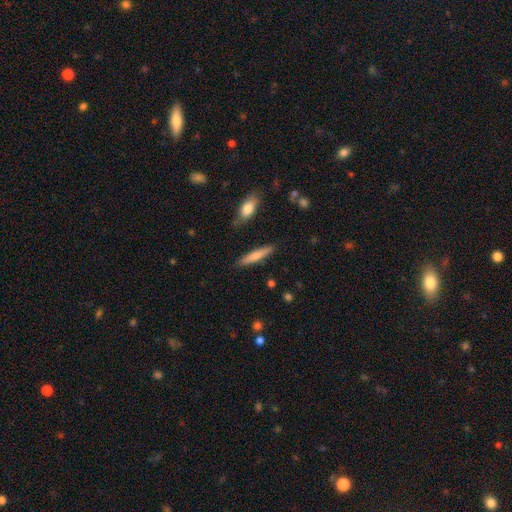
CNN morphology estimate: Overall: smooth (70%). How rounded: cigar-shaped (87%). Merging: none (86%).